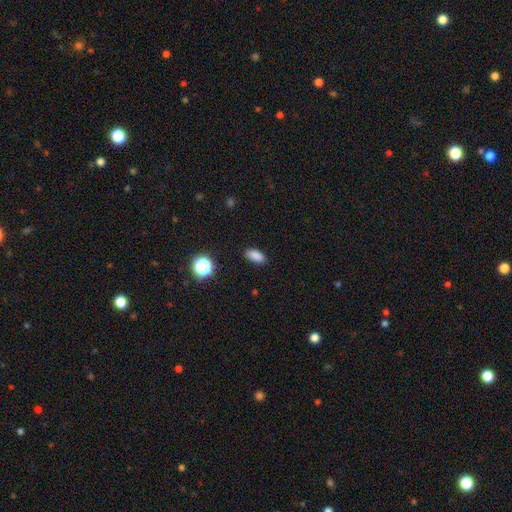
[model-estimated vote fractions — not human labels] Smooth or featured? Predicted: smooth (p=0.85). How rounded? Predicted: in between (p=0.87). Merging? Predicted: none (p=0.87).